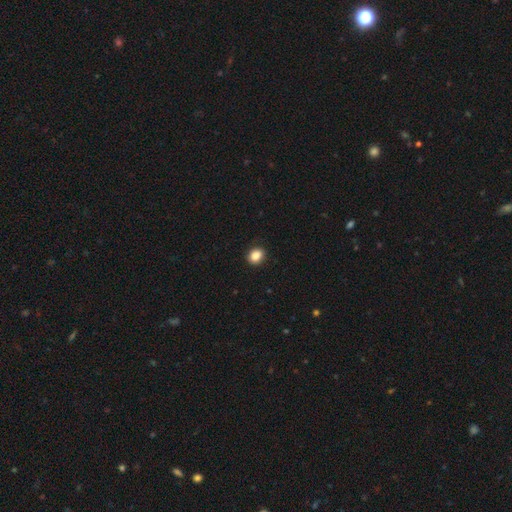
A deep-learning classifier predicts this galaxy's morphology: Overall: smooth (88%). How rounded: in between (50%; round 49%). Merging: none (88%).